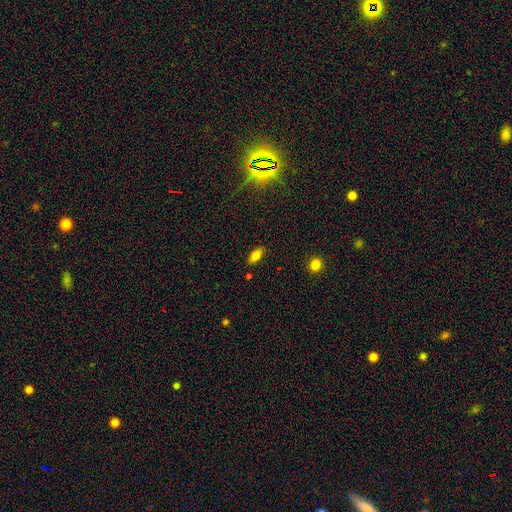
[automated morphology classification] smooth_or_featured: smooth (p=0.79) [alt: featured or disk p=0.12]
how_rounded: in between (p=0.87) [alt: cigar-shaped p=0.08]
merging: none (p=0.85) [alt: minor disturbance p=0.11]